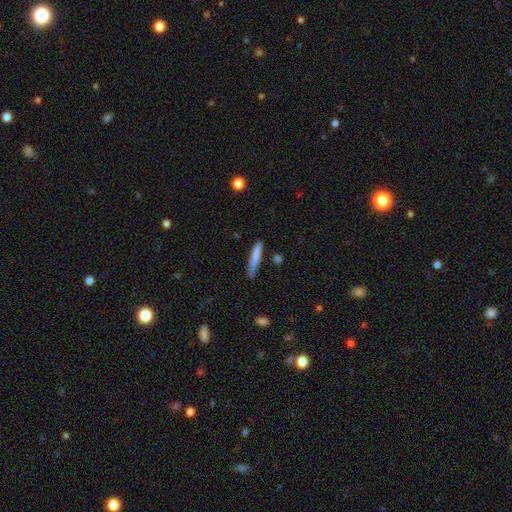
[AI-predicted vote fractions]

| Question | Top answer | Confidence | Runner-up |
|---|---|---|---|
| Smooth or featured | smooth | 79% | featured or disk (14%) |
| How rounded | cigar-shaped | 92% | in between (6%) |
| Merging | none | 70% | minor disturbance (22%) |